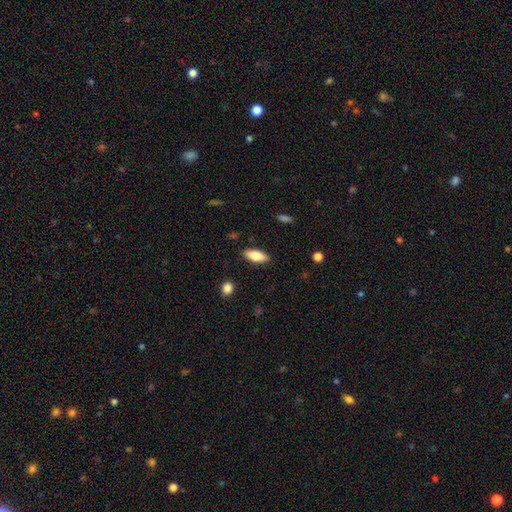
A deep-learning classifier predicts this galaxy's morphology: smooth_or_featured: smooth (p=0.79) [alt: featured or disk p=0.14]
how_rounded: in between (p=0.75) [alt: cigar-shaped p=0.23]
merging: none (p=0.88) [alt: minor disturbance p=0.09]